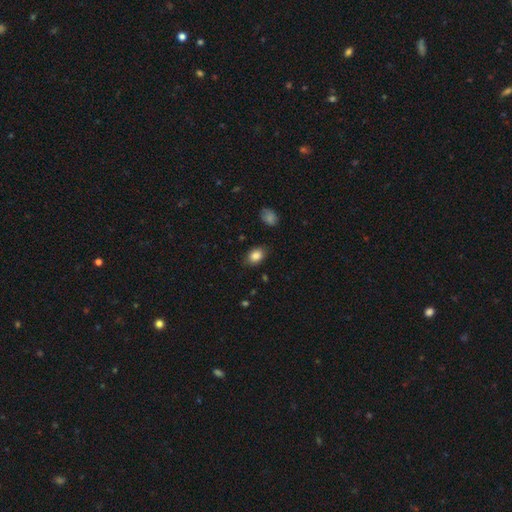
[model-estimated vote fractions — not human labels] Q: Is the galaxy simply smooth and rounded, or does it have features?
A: smooth — 84%.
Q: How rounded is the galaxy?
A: in between — 74%.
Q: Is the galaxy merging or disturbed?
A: none — 83%.